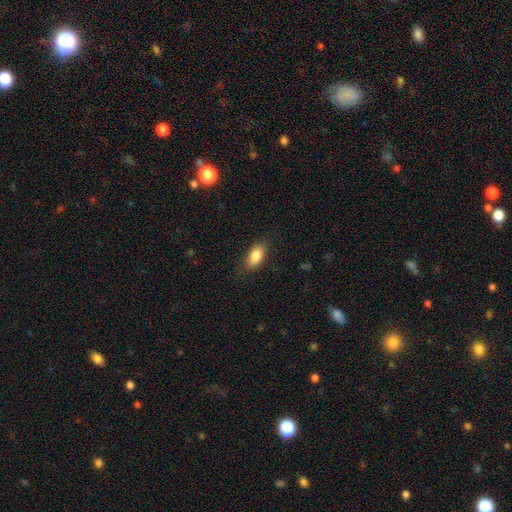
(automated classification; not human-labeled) Morphology: type=smooth (85%); roundness=in between (89%); merging=none (83%).